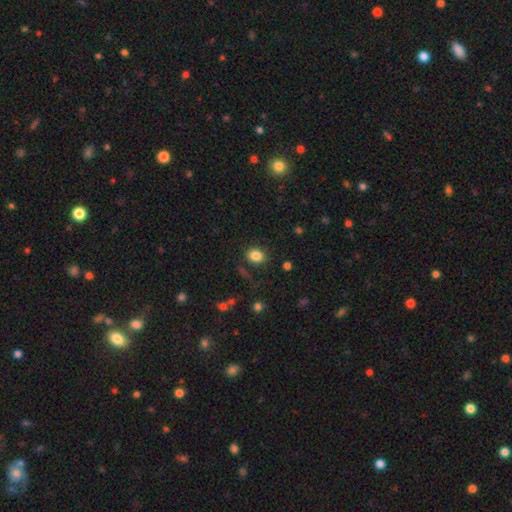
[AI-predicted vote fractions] Smooth or featured?
  - smooth: 84% *
  - star or artifact: 11%
  - featured or disk: 6%
How rounded?
  - round: 52% *
  - in between: 47%
  - cigar-shaped: 1%
Merging?
  - none: 84% *
  - minor disturbance: 10%
  - major disturbance: 4%
  - merger: 2%